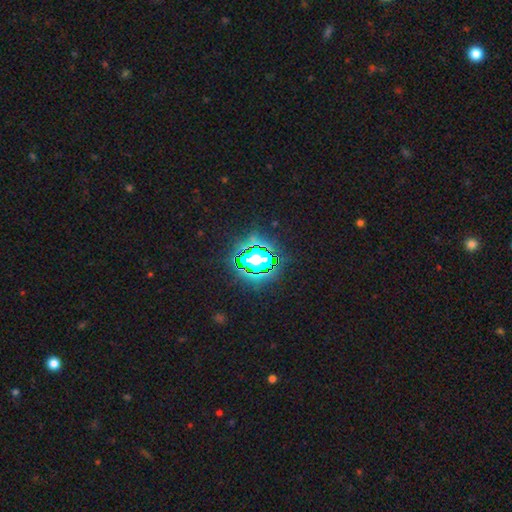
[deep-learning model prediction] Overall: star or artifact (81%).